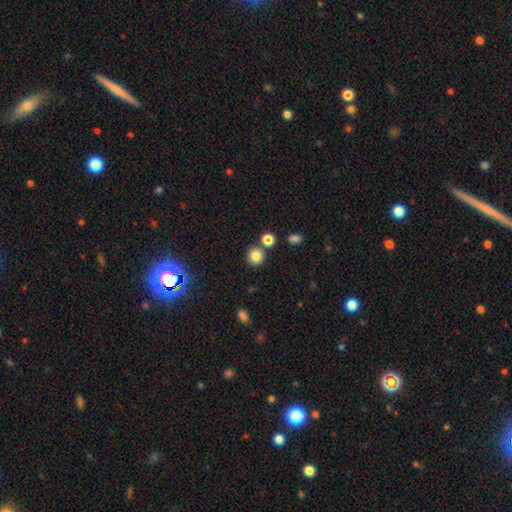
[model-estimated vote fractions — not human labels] smooth 81%, star or artifact 13%, featured or disk 6%. Down the decision tree: how rounded — round (90%); merging — none (77%).